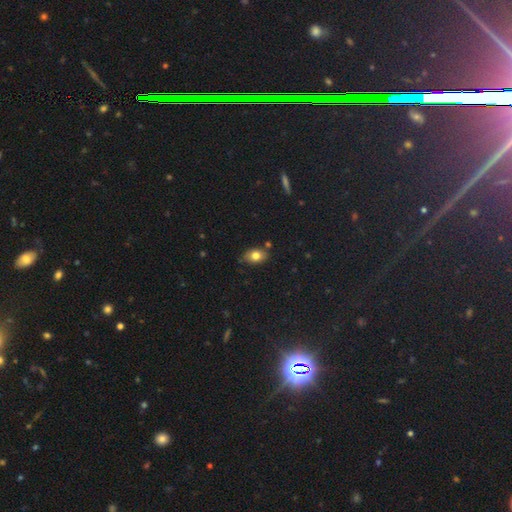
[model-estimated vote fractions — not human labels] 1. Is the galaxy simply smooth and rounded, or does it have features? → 79% smooth, 11% featured or disk, 10% star or artifact.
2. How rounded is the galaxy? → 79% in between, 19% round, 2% cigar-shaped.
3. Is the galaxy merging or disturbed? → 77% none, 17% minor disturbance, 4% merger, 3% major disturbance.